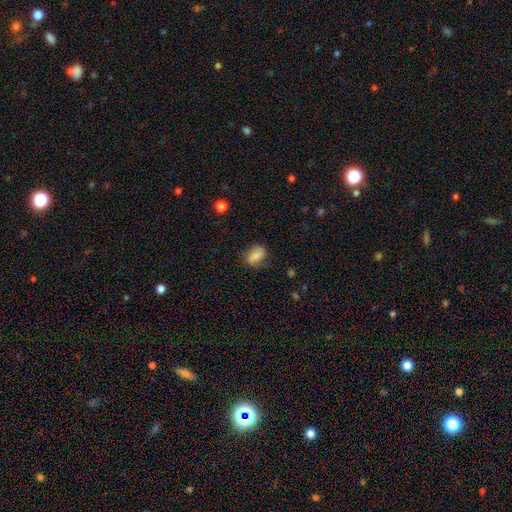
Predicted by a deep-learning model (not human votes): smooth_or_featured: smooth (p=0.75) [alt: featured or disk p=0.17]
how_rounded: in between (p=0.80) [alt: round p=0.18]
merging: none (p=0.65) [alt: minor disturbance p=0.25]